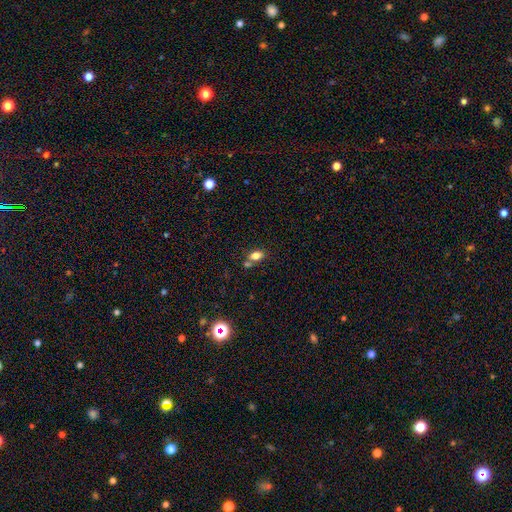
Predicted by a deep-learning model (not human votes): A smooth galaxy with no disk features (79%) that is in between round and cigar-shaped (82%). Merging: none (58%).